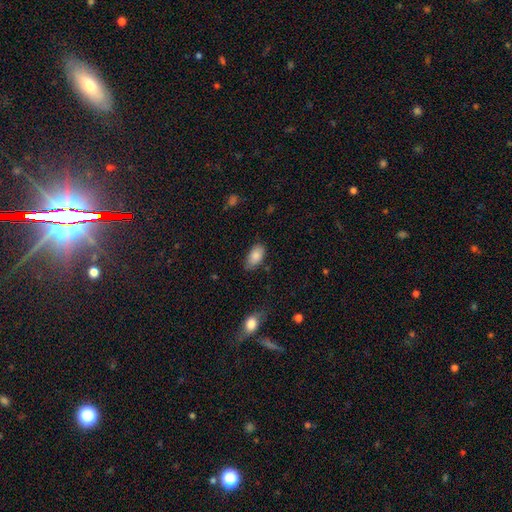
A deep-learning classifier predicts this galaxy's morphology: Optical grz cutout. It shows a smooth galaxy with no disk features (86%) that is in between round and cigar-shaped (94%). Merging: none (73%).